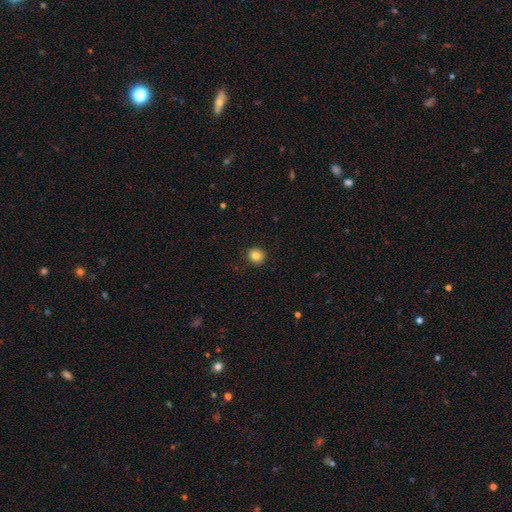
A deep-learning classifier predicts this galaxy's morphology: Smooth or featured: smooth — 83% (star or artifact — 10%)
How rounded: round — 85% (in between — 14%)
Merging: none — 89% (minor disturbance — 8%)